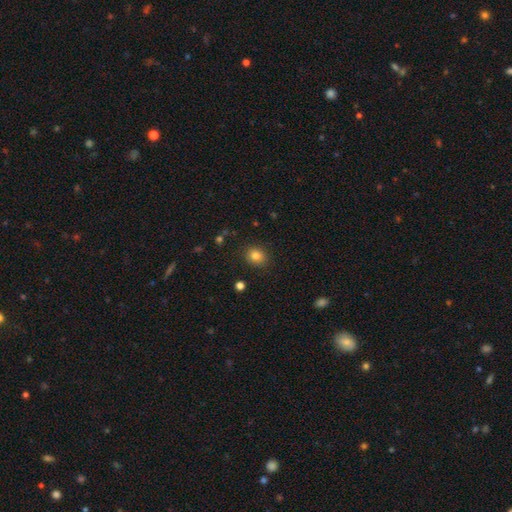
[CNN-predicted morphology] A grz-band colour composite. It shows a smooth galaxy with no disk features (82%) that is round (66%). Merging: none (88%).